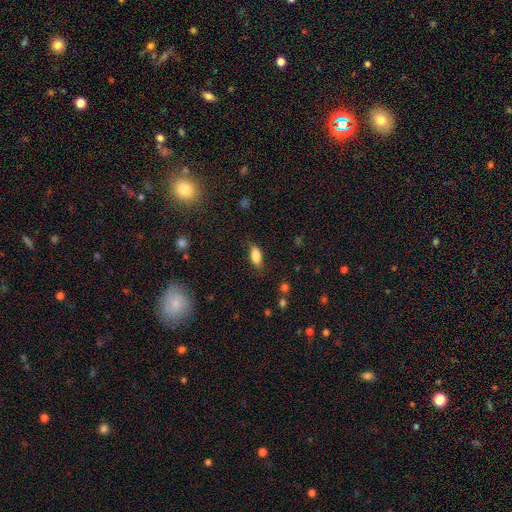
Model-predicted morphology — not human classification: Overall: smooth (80%). How rounded: in between (84%). Merging: none (74%).